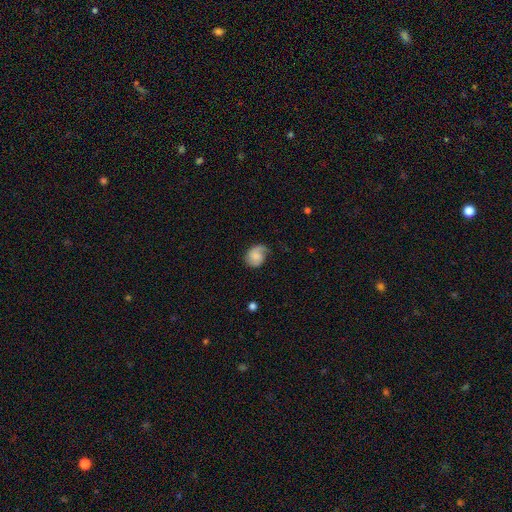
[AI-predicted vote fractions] Smooth or featured? Predicted: smooth (p=0.47). Merging? Predicted: none (p=0.50).